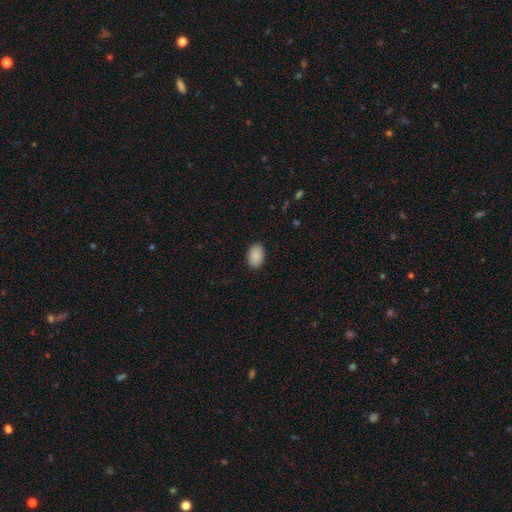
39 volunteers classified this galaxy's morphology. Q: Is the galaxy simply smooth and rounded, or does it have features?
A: smooth — 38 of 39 (97%).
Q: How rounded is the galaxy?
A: in between — 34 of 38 (89%).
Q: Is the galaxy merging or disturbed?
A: none — 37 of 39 (95%).